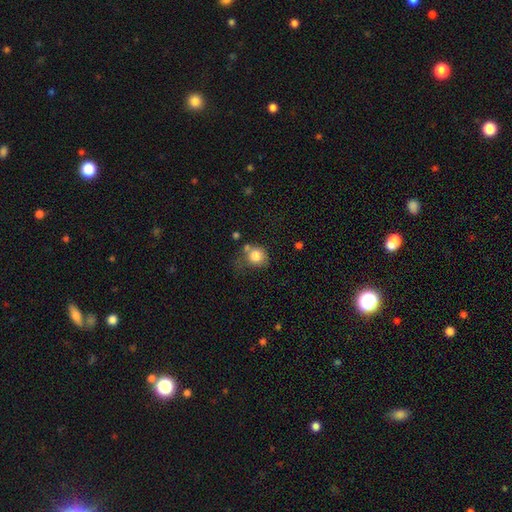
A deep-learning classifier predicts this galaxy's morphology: Overall: smooth (81%). How rounded: round (79%). Merging: none (42%; minor disturbance 25%).